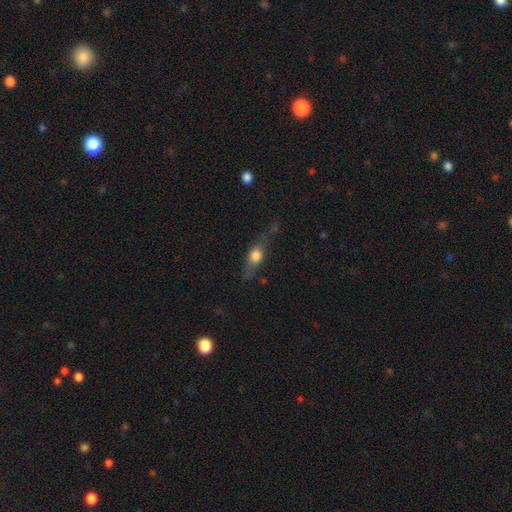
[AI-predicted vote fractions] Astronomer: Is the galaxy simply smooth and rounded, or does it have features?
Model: smooth — 50% (runner-up: featured or disk, 41%).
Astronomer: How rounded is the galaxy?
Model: in between — 45% (runner-up: cigar-shaped, 35%).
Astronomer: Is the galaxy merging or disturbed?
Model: none — 52%.